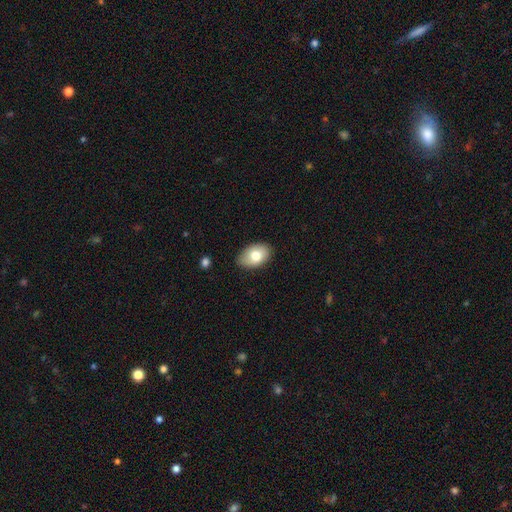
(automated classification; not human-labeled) Morphology: type=smooth (78%); roundness=in between (90%); merging=none (81%).